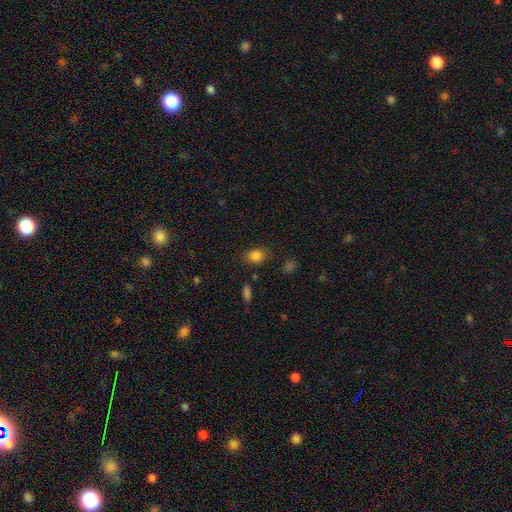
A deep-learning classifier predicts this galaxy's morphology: Q: Smooth or featured?
A: smooth (84%); runner-up: star or artifact (11%)
Q: How rounded?
A: in between (61%); runner-up: round (38%)
Q: Merging?
A: none (79%); runner-up: minor disturbance (14%)